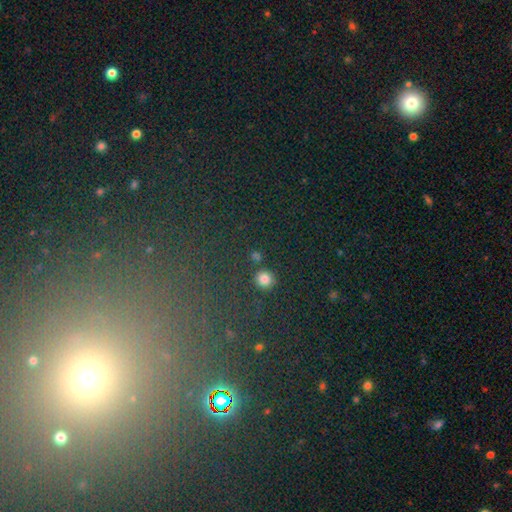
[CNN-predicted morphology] The model was most divided on "smooth or featured": star or artifact: 62%, smooth: 27%, featured or disk: 11%.